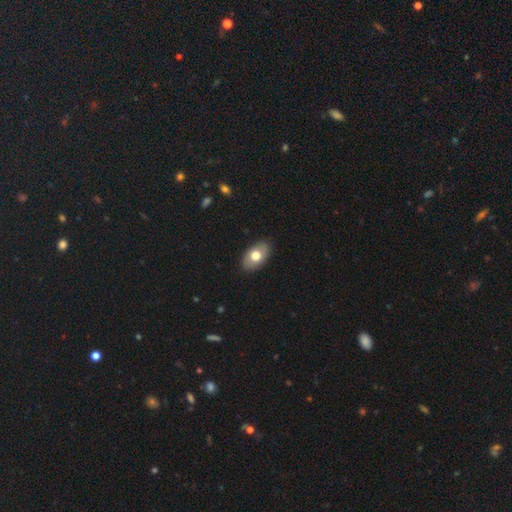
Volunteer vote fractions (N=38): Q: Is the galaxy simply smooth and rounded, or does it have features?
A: smooth — 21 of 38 (55%).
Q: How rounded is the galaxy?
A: in between — 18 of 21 (86%).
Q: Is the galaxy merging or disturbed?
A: none — 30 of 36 (83%).